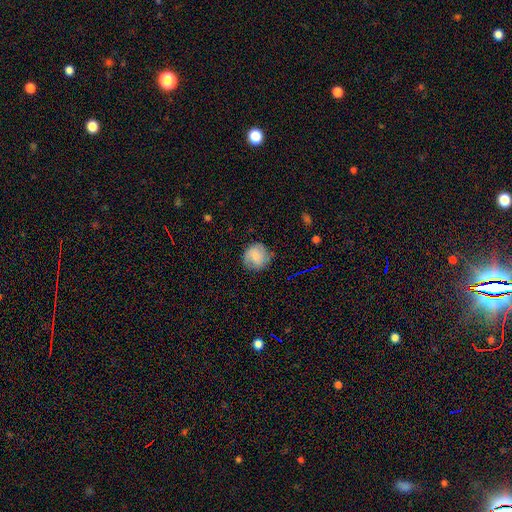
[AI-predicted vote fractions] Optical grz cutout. It shows a smooth galaxy with no disk features (53%) that is round (87%). Merging: none (76%).